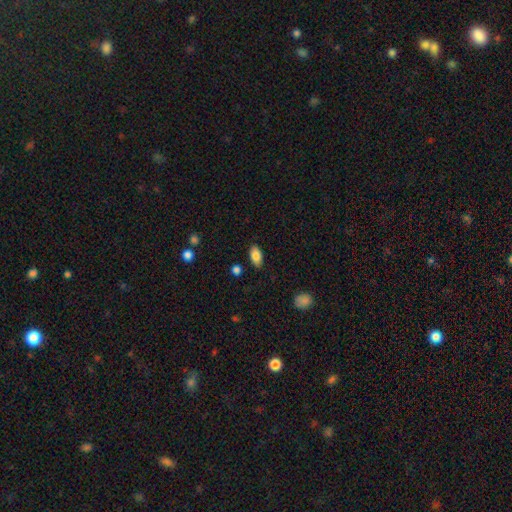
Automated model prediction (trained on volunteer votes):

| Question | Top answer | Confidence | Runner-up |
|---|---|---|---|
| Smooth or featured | smooth | 84% | featured or disk (8%) |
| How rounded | in between | 93% | round (4%) |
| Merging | none | 86% | minor disturbance (10%) |